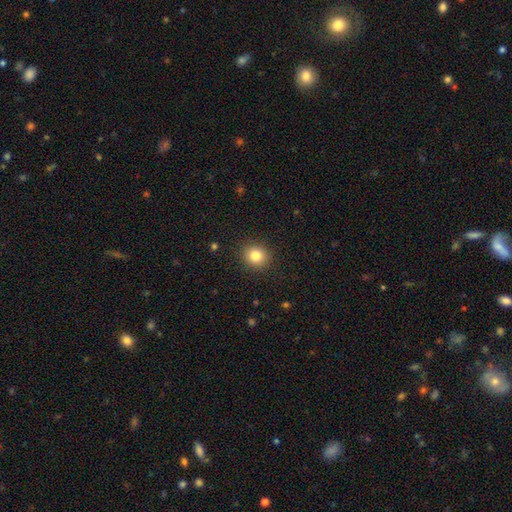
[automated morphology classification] smooth-or-featured: smooth: 83% | star or artifact: 11% | featured or disk: 6%
  how-rounded: round: 81% | in between: 18% | cigar-shaped: 1%
  merging: none: 90% | minor disturbance: 7% | major disturbance: 2% | merger: 1%